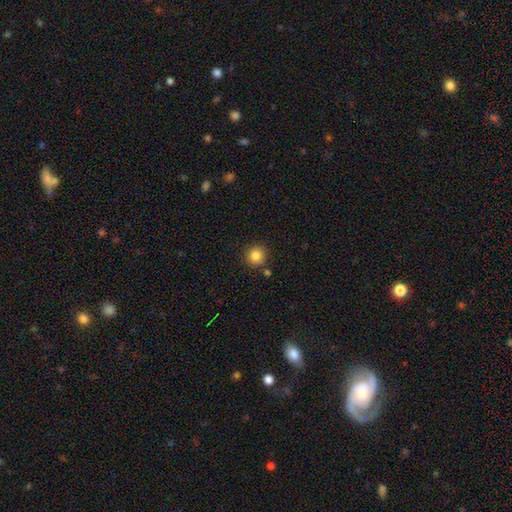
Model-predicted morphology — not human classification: The model was most divided on "merging": none: 83%, minor disturbance: 9%, merger: 5%, major disturbance: 2%. More confident: how rounded — round (92%); smooth or featured — smooth (85%).